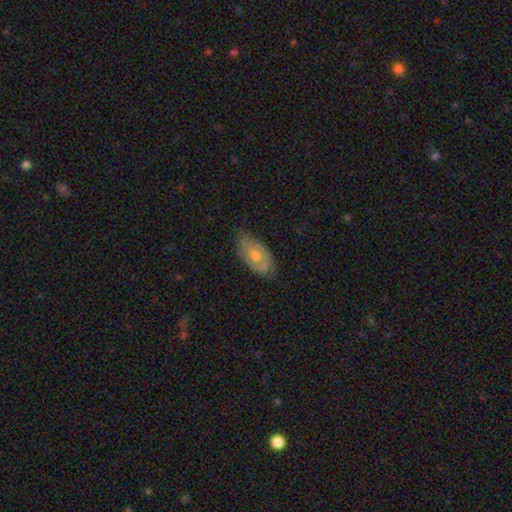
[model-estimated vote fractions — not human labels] Q: Smooth or featured?
A: featured or disk (53%); runner-up: smooth (40%)
Q: Edge-on disk?
A: no (89%); runner-up: yes (11%)
Q: Merging?
A: none (67%); runner-up: minor disturbance (26%)